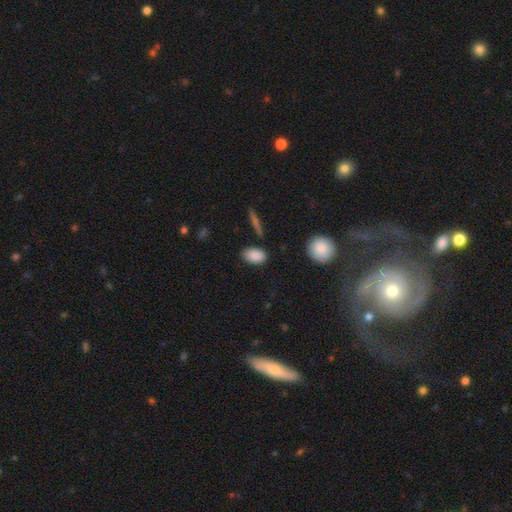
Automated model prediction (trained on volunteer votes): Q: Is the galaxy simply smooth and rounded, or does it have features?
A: smooth — 88%.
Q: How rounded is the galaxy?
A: in between — 89%.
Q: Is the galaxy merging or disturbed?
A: none — 82%.